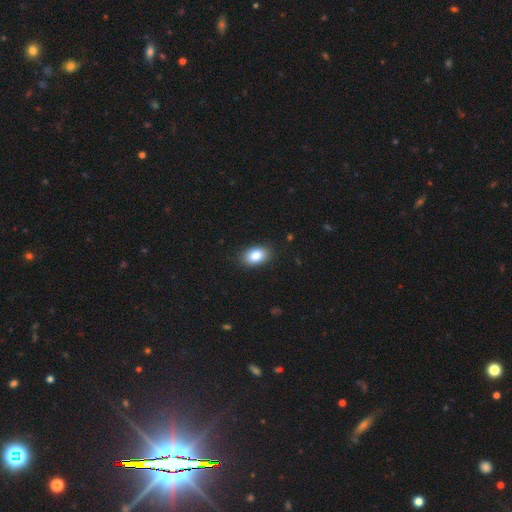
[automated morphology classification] A smooth galaxy with no disk features (84%) that is in between round and cigar-shaped (88%). Merging: none (88%).